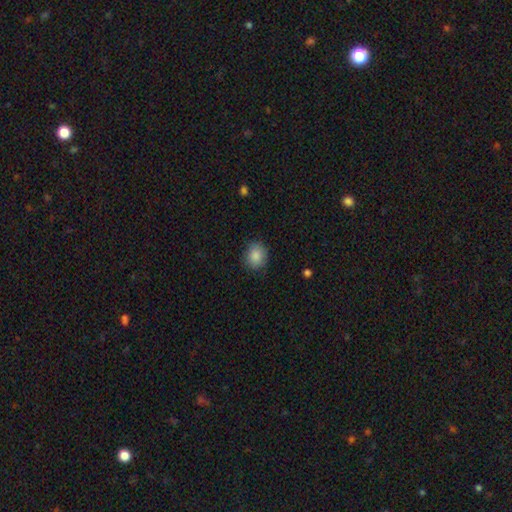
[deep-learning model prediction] smooth 87%, star or artifact 8%, featured or disk 5%. Down the decision tree: how rounded — round (65%); merging — none (83%).